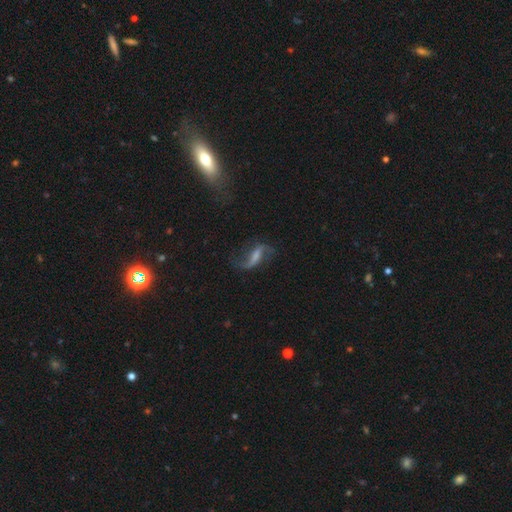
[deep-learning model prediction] Smooth or featured? featured or disk (80%)
Edge-on disk? no (93%)
Bar? weak (43%)
Spiral arms? yes (93%)
Spiral winding? loose (85%)
Spiral arm count? 2 (89%)
Bulge size? none (37%)
Merging? none (66%)